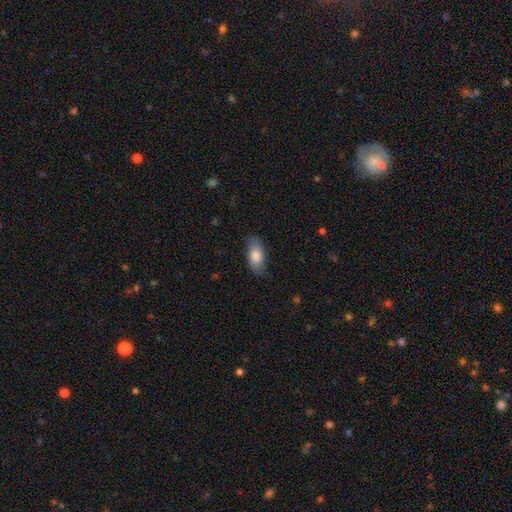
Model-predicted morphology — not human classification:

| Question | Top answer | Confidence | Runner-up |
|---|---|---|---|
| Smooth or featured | smooth | 78% | featured or disk (16%) |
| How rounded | in between | 86% | cigar-shaped (11%) |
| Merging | none | 79% | minor disturbance (16%) |